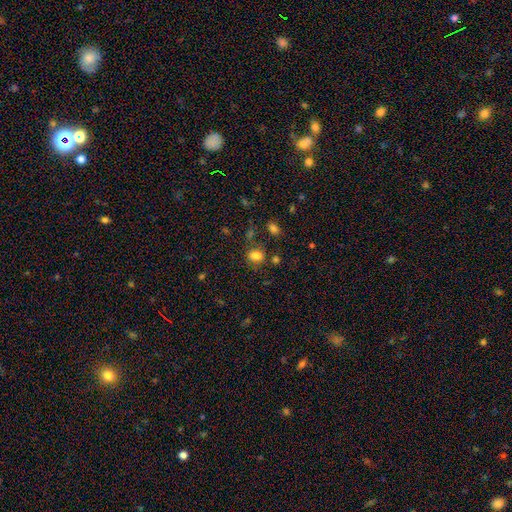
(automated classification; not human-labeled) smooth_or_featured: smooth (p=0.81) [alt: star or artifact p=0.13]
how_rounded: in between (p=0.57) [alt: round p=0.42]
merging: none (p=0.72) [alt: minor disturbance p=0.15]